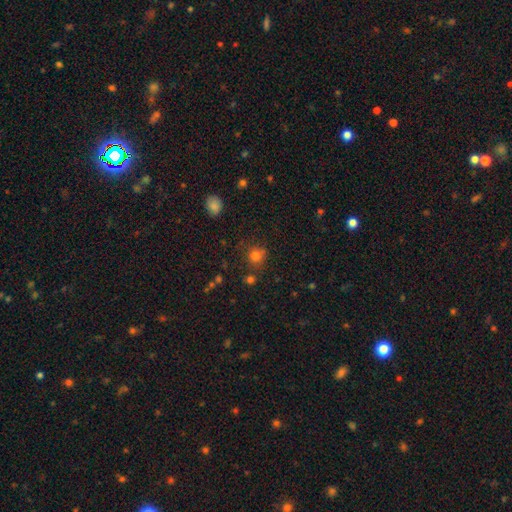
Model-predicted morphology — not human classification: This appears to be a smooth galaxy with no disk features (77%) that is round (88%). Merging: none (74%).